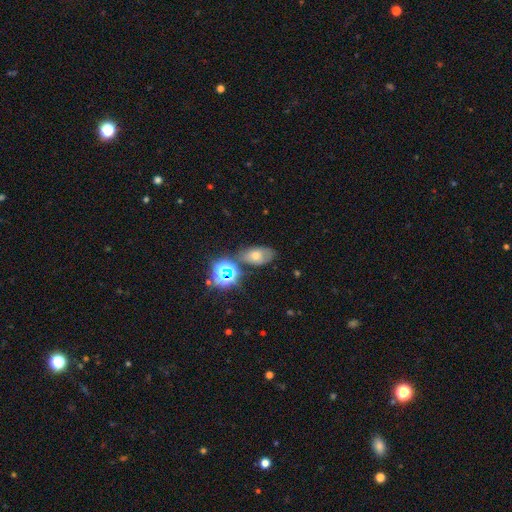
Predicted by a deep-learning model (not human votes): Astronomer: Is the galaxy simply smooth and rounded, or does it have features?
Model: smooth — 40% (runner-up: star or artifact, 35%).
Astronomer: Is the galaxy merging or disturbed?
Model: none — 68%.